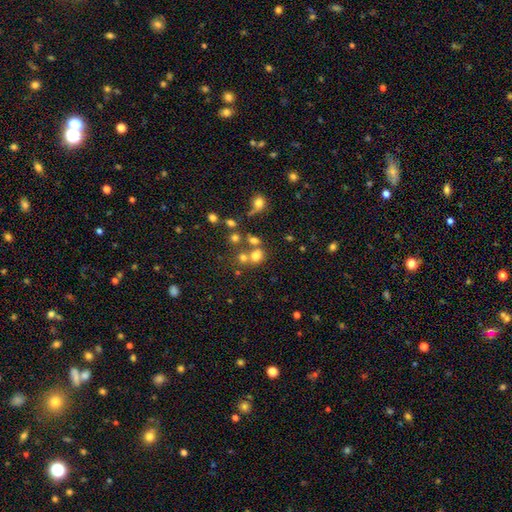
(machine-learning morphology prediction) Smooth or featured?
  - smooth: 67% *
  - star or artifact: 20%
  - featured or disk: 13%
How rounded?
  - round: 68% *
  - in between: 31%
  - cigar-shaped: 1%
Merging?
  - none: 49% *
  - merger: 35%
  - minor disturbance: 10%
  - major disturbance: 6%